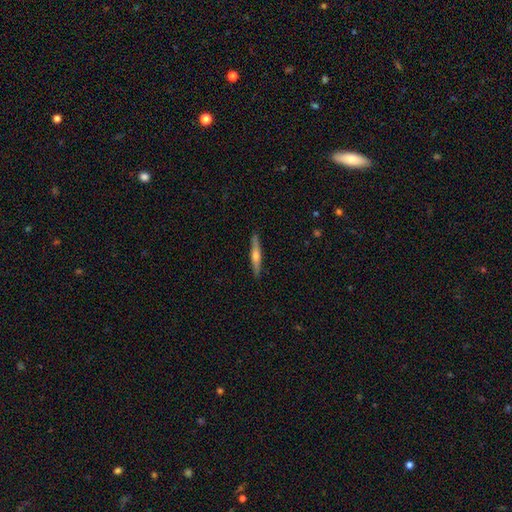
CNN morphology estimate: This is likely a featured or disk galaxy (61%). It is clearly viewed edge-on (97%). Edge-on bulge: clearly rounded (88%). Merging: clearly none (90%).